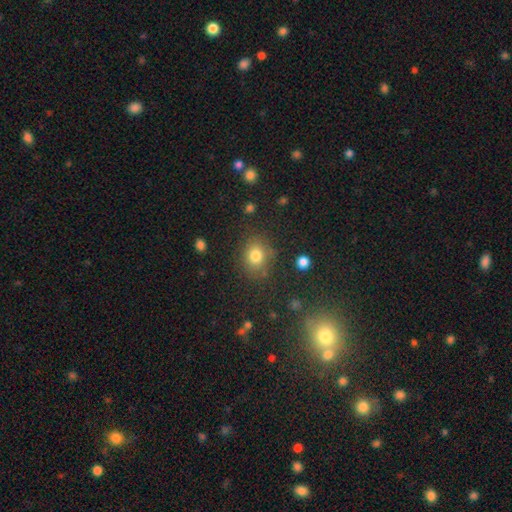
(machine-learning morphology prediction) Smooth or featured? Predicted: smooth (p=0.79). How rounded? Predicted: round (p=0.67). Merging? Predicted: none (p=0.78).